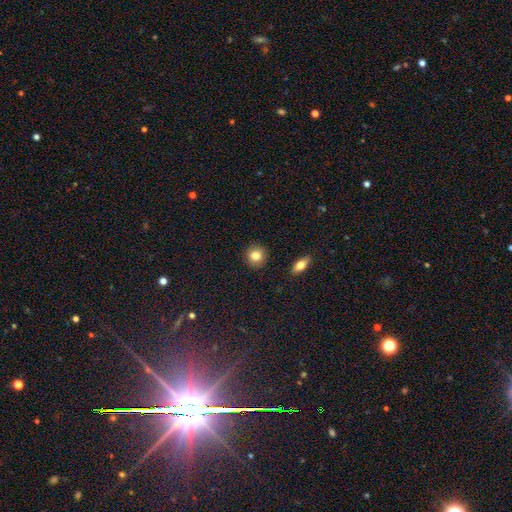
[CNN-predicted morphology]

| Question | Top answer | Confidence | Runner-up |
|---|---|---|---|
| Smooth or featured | smooth | 82% | featured or disk (9%) |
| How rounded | round | 88% | in between (10%) |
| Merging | none | 91% | minor disturbance (6%) |